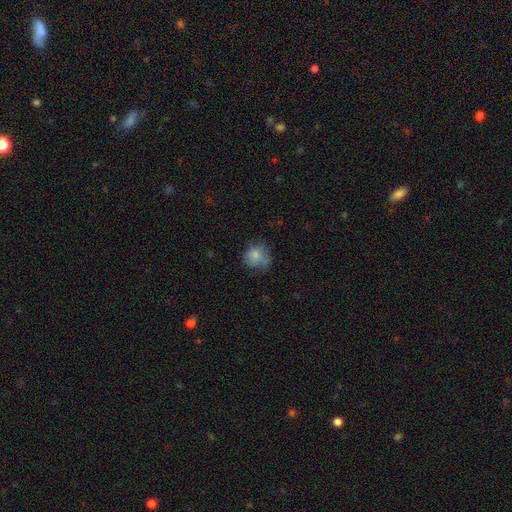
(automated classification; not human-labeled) A smooth galaxy with no disk features (79%) that is round (80%).

Vote fractions:
- Smooth or featured? smooth: 79% / featured or disk: 11% / star or artifact: 9%
- How rounded? round: 80% / in between: 19% / cigar-shaped: 1%
- Merging? none: 57% / minor disturbance: 29% / major disturbance: 11% / merger: 2%